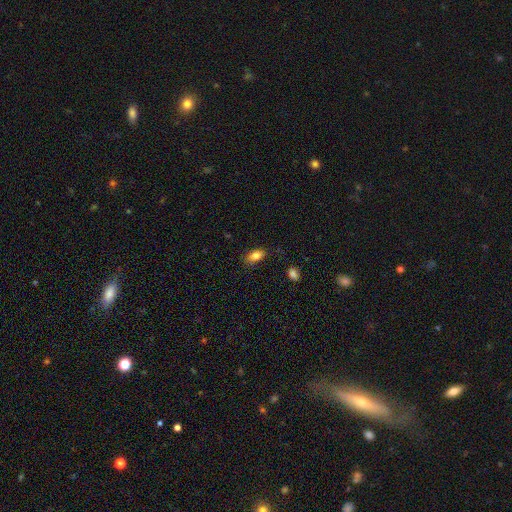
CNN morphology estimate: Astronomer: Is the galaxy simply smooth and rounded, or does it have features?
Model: smooth — 84%.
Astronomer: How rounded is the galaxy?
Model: in between — 88%.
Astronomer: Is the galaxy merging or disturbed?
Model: none — 80%.